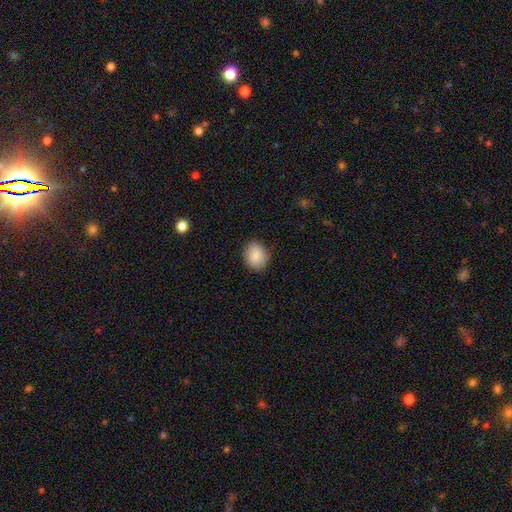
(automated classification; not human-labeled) The model was most divided on "how rounded": in between: 50%, round: 49%, cigar-shaped: 1%. More confident: merging — none (87%); smooth or featured — smooth (87%).